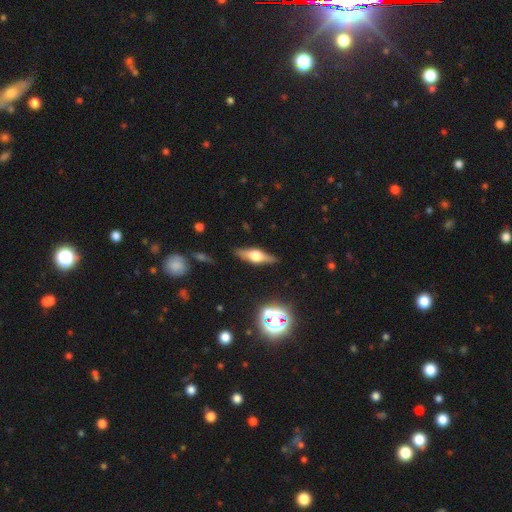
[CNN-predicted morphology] Smooth or featured?
  - featured or disk: 64% *
  - smooth: 27%
  - star or artifact: 9%
Edge-on disk?
  - yes: 94% *
  - no: 6%
Edge-on bulge?
  - rounded: 92% *
  - boxy: 6%
  - none: 2%
Merging?
  - none: 87% *
  - minor disturbance: 9%
  - major disturbance: 2%
  - merger: 2%